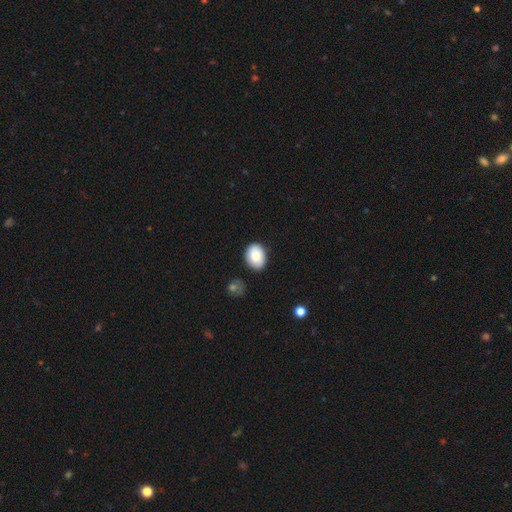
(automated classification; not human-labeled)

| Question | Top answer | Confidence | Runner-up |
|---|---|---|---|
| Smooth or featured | smooth | 86% | featured or disk (7%) |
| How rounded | in between | 75% | round (24%) |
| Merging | none | 77% | minor disturbance (17%) |